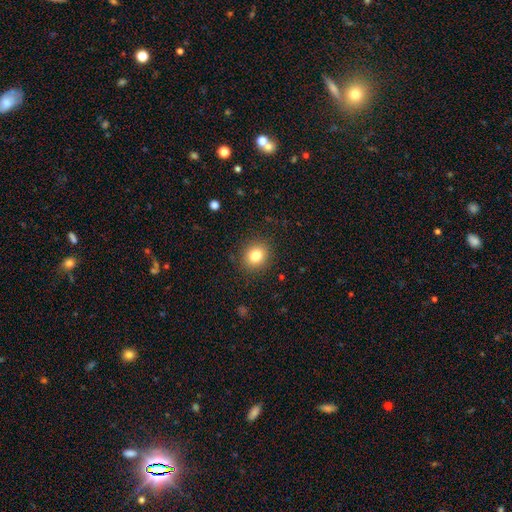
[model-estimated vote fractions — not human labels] Overall: smooth (80%). How rounded: round (78%). Merging: none (88%).